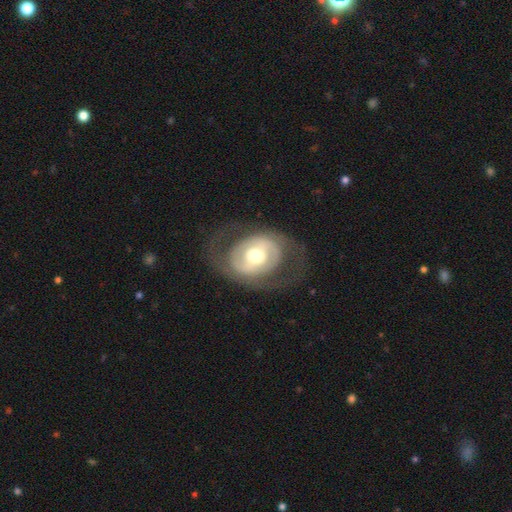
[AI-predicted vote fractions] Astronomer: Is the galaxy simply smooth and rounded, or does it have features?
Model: featured or disk — 71%.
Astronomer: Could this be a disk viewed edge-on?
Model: no — 95%.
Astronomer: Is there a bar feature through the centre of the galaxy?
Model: no — 44% (runner-up: weak, 33%).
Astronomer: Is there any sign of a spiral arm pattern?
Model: no — 51% (runner-up: yes, 49%).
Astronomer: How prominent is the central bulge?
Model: moderate — 68%.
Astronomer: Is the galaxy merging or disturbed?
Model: none — 70%.